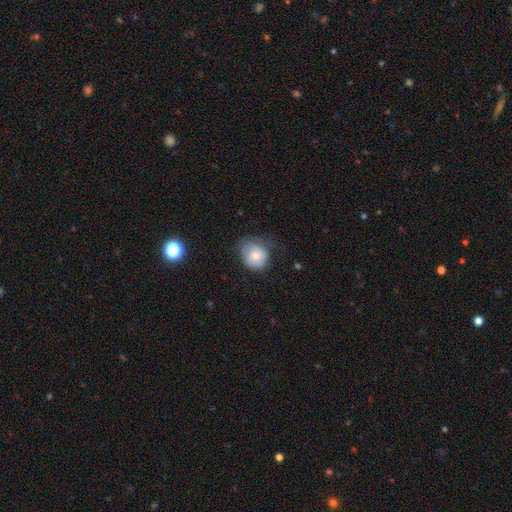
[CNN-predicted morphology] type=smooth (64%); roundness=round (73%); merging=none (56%).